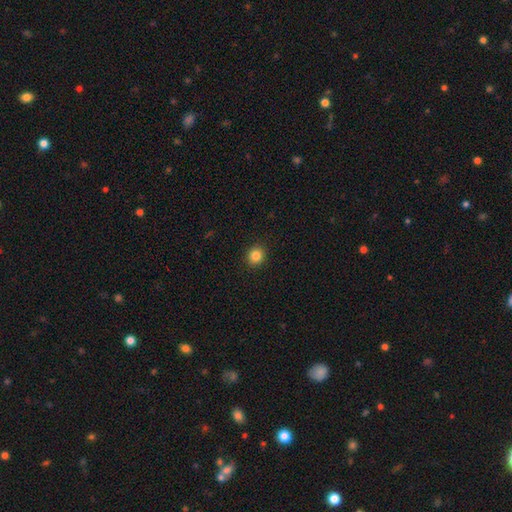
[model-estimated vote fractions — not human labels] Q: Smooth or featured?
A: smooth (84%); runner-up: star or artifact (11%)
Q: How rounded?
A: round (86%); runner-up: in between (13%)
Q: Merging?
A: none (92%); runner-up: minor disturbance (6%)